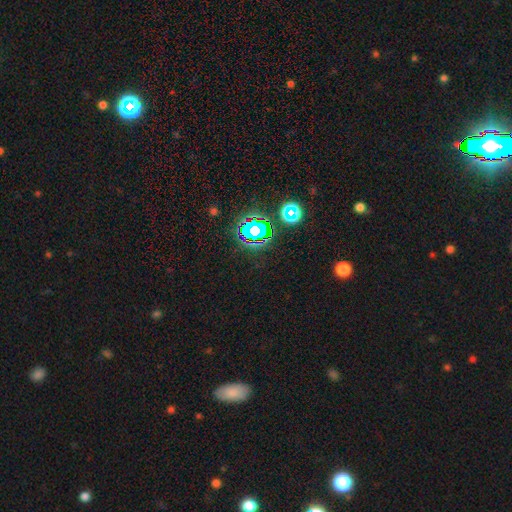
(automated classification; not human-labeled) Smooth or featured? star or artifact (77%)